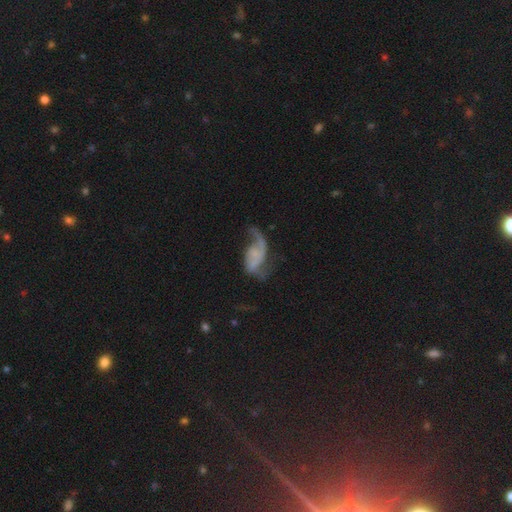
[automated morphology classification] This appears to be a featured or disk galaxy (73%) with no bar (65%), 2 (65%) loose (77%) spiral arms (83%) and no central bulge (65%). Merging: major disturbance (40%).